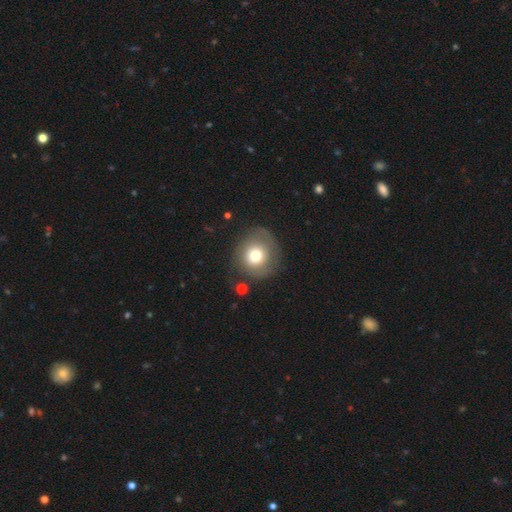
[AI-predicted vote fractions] Smooth or featured: smooth — 71% (featured or disk — 19%)
How rounded: round — 88% (in between — 11%)
Merging: none — 73% (minor disturbance — 16%)